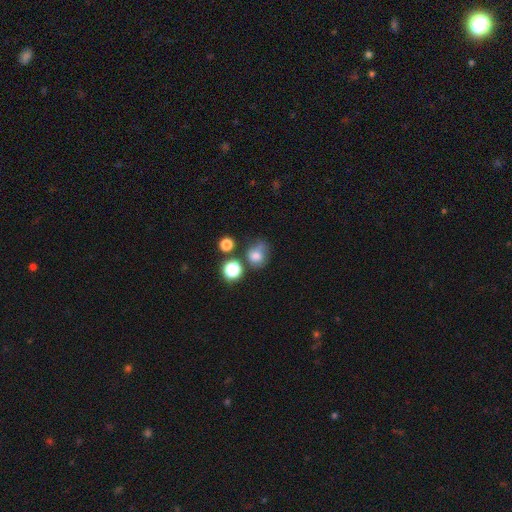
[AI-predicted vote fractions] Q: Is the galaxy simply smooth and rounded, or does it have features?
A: smooth — 74%.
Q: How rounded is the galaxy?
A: round — 70%.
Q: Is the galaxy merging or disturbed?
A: none — 47%.